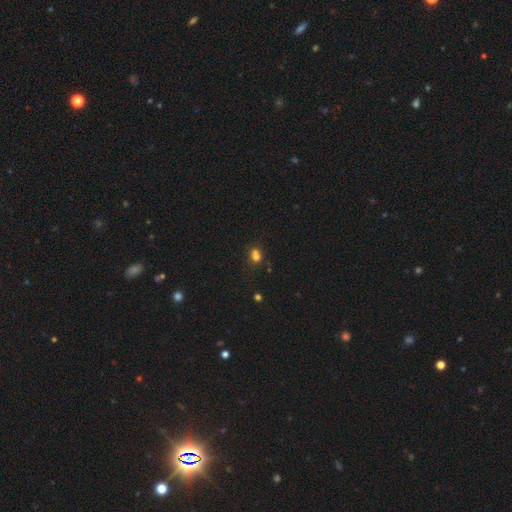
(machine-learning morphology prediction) Smooth or featured: smooth — 71% (star or artifact — 18%)
How rounded: round — 52% (in between — 46%)
Merging: none — 41% (merger — 39%)